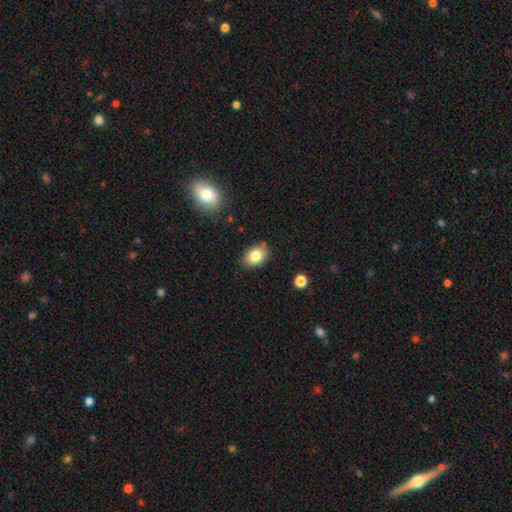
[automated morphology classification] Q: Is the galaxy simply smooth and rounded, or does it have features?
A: smooth — 82%.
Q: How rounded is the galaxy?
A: in between — 71%.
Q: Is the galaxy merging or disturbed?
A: none — 82%.